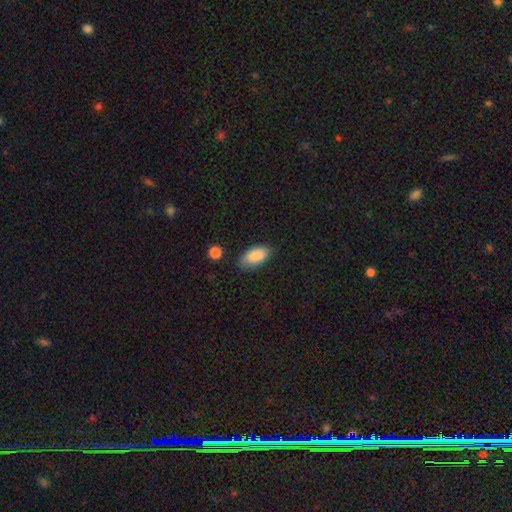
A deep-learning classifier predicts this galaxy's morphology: Smooth or featured? smooth (88%)
How rounded? in between (93%)
Merging? none (78%)